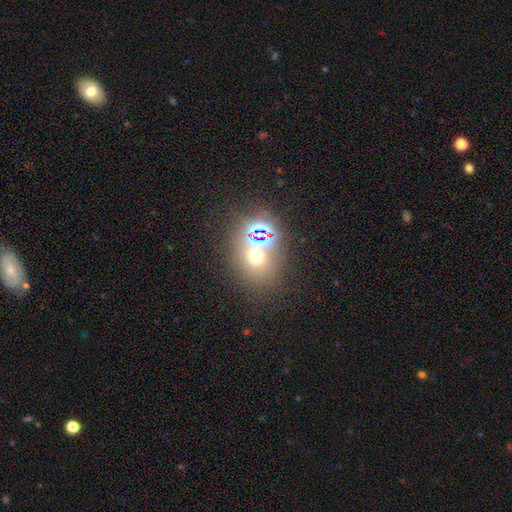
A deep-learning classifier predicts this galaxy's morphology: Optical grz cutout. It shows a smooth galaxy with no disk features (49%). Merging: none (64%).